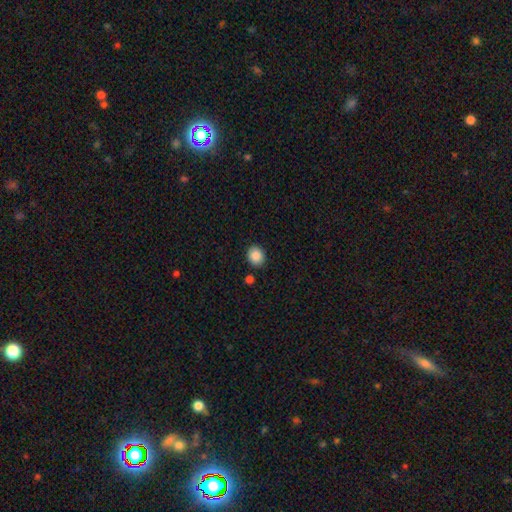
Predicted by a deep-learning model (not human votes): This is clearly a smooth galaxy (88%). How rounded: likely round (68%). Merging: clearly none (87%).